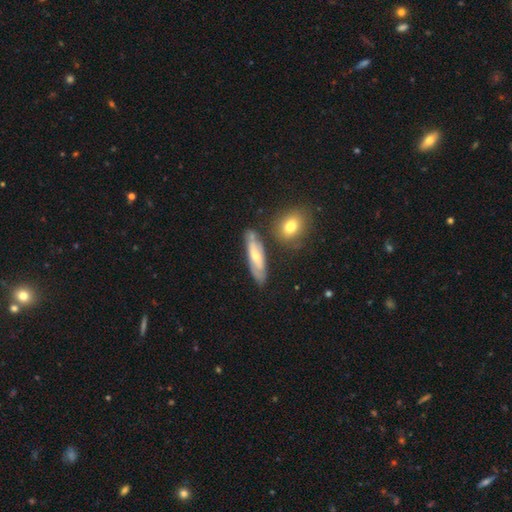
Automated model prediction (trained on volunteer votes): Smooth or featured?
  - featured or disk: 51% *
  - smooth: 43%
  - star or artifact: 7%
Edge-on disk?
  - no: 61% *
  - yes: 39%
Merging?
  - none: 70% *
  - minor disturbance: 18%
  - merger: 7%
  - major disturbance: 5%